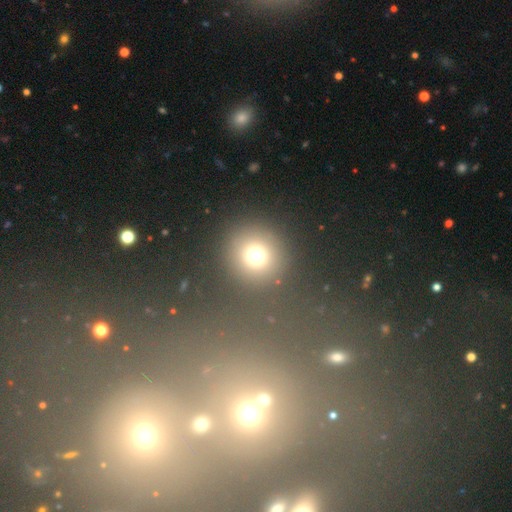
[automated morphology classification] Smooth or featured: smooth — 69% (star or artifact — 22%)
How rounded: round — 92% (in between — 7%)
Merging: none — 83% (minor disturbance — 7%)